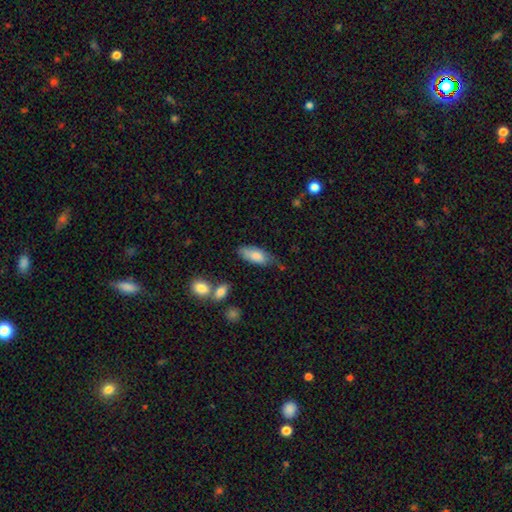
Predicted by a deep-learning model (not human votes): Smooth or featured: smooth — 80% (featured or disk — 14%)
How rounded: in between — 82% (cigar-shaped — 16%)
Merging: none — 53% (minor disturbance — 33%)